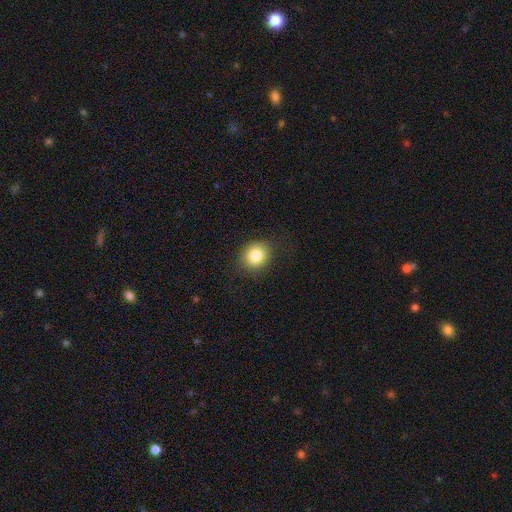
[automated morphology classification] smooth_or_featured: smooth (p=0.83) [alt: star or artifact p=0.10]
how_rounded: round (p=0.73) [alt: in between p=0.26]
merging: none (p=0.84) [alt: minor disturbance p=0.11]